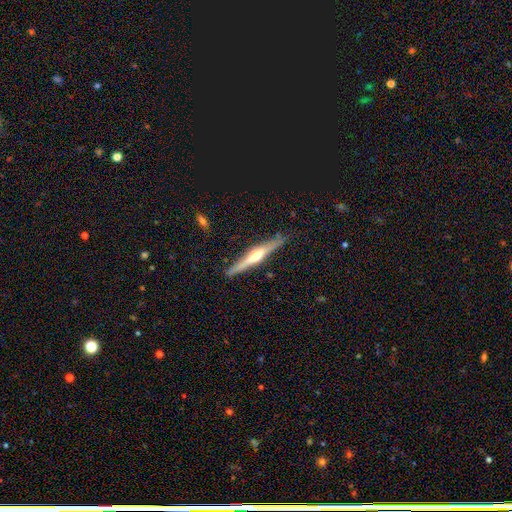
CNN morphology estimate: This is likely a featured or disk galaxy (70%). It is clearly viewed edge-on (97%). Edge-on bulge: likely rounded (79%). Merging: clearly none (86%).